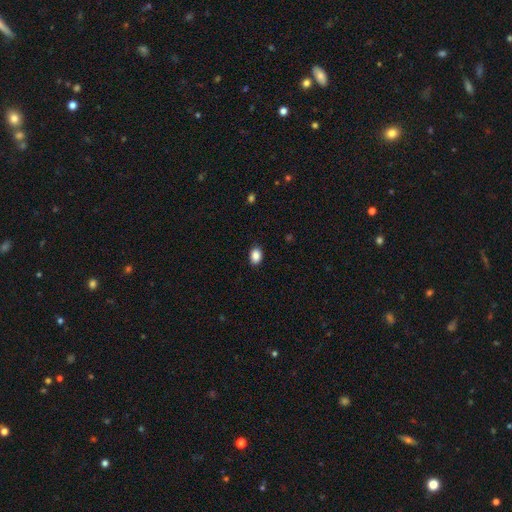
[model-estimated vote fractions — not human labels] Smooth or featured: smooth — 88% (star or artifact — 8%)
How rounded: in between — 77% (round — 22%)
Merging: none — 89% (minor disturbance — 8%)